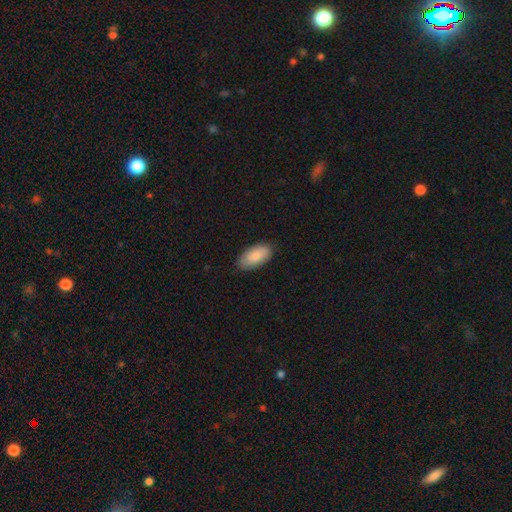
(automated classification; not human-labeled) A smooth galaxy with no disk features (86%) that is in between round and cigar-shaped (95%). Merging: none (86%).